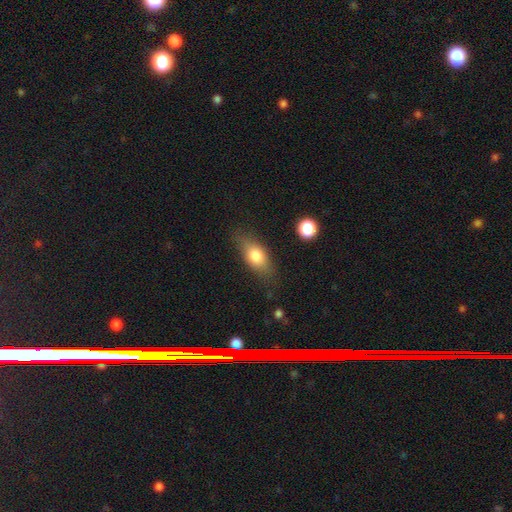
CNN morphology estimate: type=smooth (73%); roundness=in between (77%); merging=none (71%).